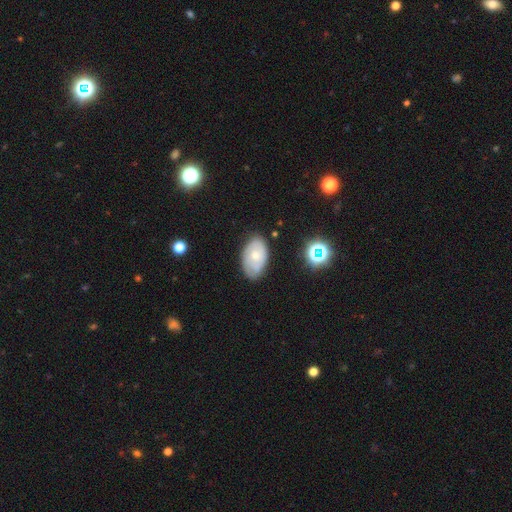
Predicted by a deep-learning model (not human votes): This appears to be a featured or disk galaxy (53%). Merging: none (71%).